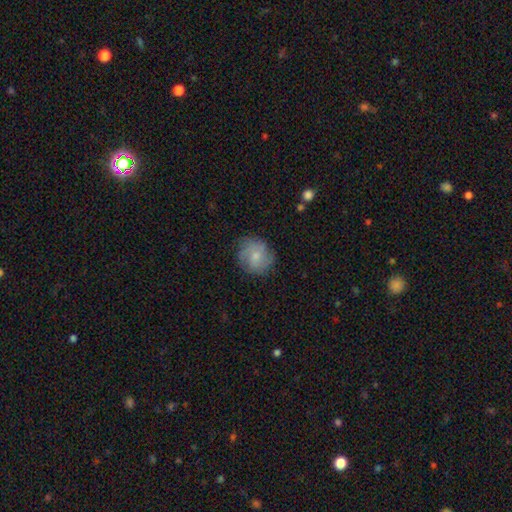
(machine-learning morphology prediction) Smooth or featured? smooth (55%)
How rounded? round (85%)
Merging? none (76%)